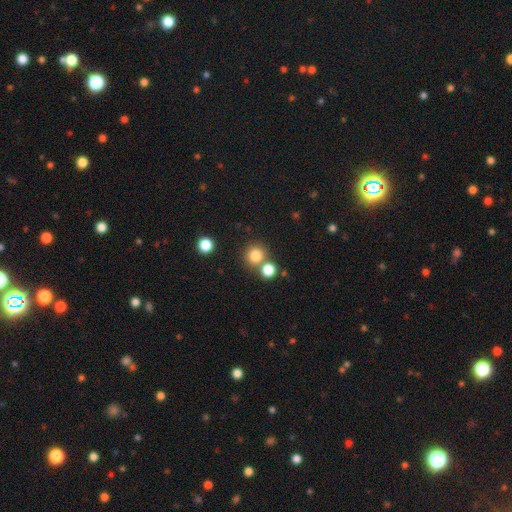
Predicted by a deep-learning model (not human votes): This is clearly a smooth galaxy (80%). How rounded: clearly round (90%). Merging: likely none (66%).